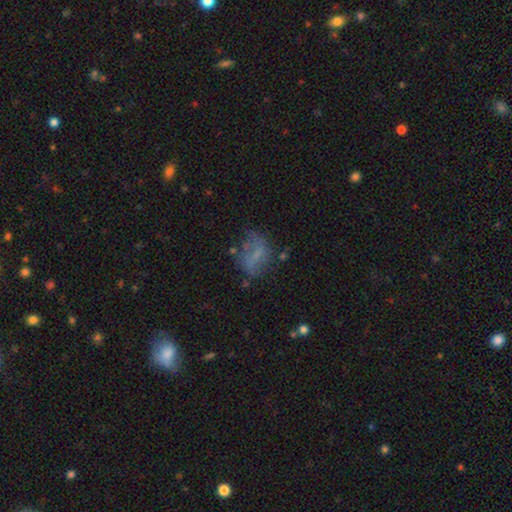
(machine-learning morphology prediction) smooth_or_featured: smooth (p=0.45) [alt: featured or disk p=0.39]
merging: none (p=0.46) [alt: minor disturbance p=0.24]